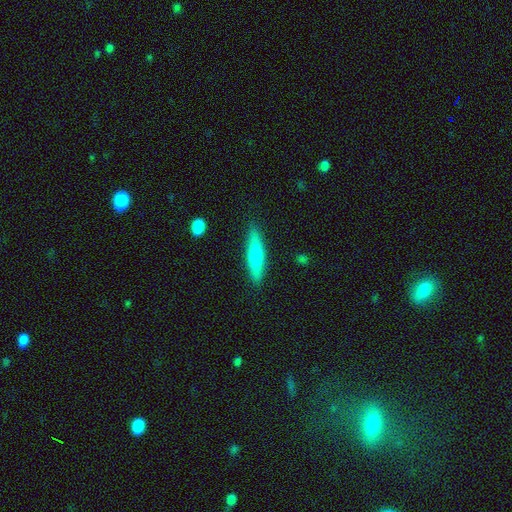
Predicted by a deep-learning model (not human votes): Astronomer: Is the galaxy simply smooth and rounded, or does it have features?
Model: smooth — 60%.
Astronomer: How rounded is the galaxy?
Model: cigar-shaped — 84%.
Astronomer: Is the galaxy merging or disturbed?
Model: none — 87%.